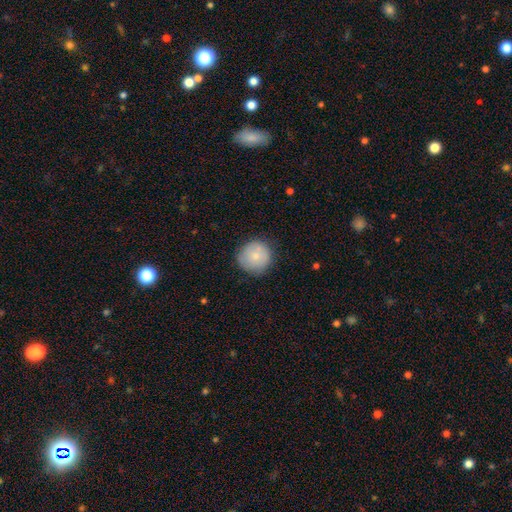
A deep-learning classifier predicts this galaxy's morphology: This is likely a smooth galaxy (78%). How rounded: clearly round (94%). Merging: clearly none (81%).